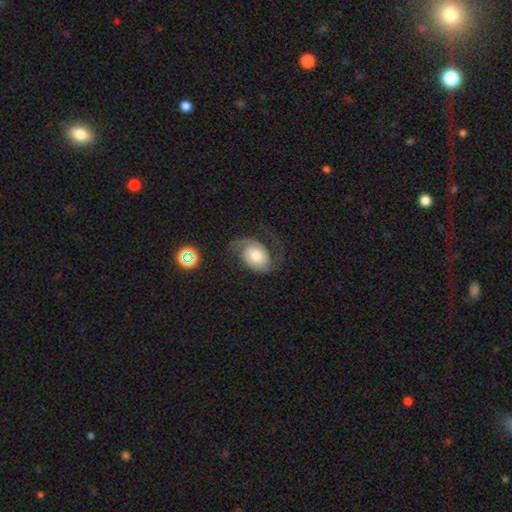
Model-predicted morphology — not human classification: Smooth or featured?
  - featured or disk: 71% *
  - smooth: 22%
  - star or artifact: 7%
Edge-on disk?
  - no: 97% *
  - yes: 3%
Bar?
  - no: 71% *
  - weak: 24%
  - strong: 5%
Spiral arms?
  - yes: 93% *
  - no: 7%
Spiral winding?
  - loose: 48% *
  - medium: 38%
  - tight: 14%
Spiral arm count?
  - 2: 82% *
  - 1: 11%
  - can't tell: 4%
  - 3: 1%
  - 4: 1%
  - more than 4: 1%
Bulge size?
  - moderate: 59% *
  - large: 19%
  - small: 16%
  - dominant: 4%
  - none: 2%
Merging?
  - none: 55% *
  - major disturbance: 25%
  - minor disturbance: 18%
  - merger: 2%